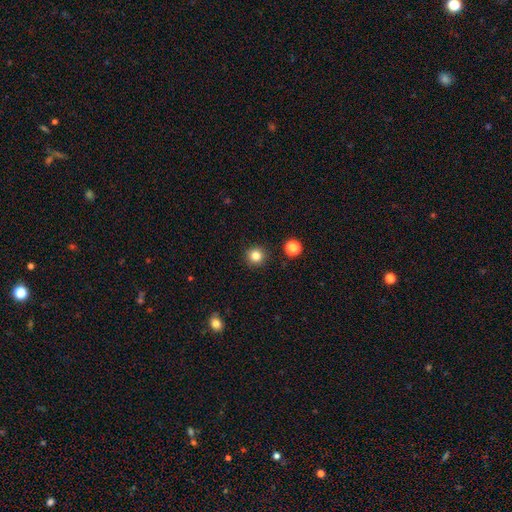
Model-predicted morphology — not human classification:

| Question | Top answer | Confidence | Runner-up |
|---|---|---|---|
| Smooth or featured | smooth | 83% | star or artifact (12%) |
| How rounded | round | 95% | in between (4%) |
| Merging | none | 92% | minor disturbance (5%) |